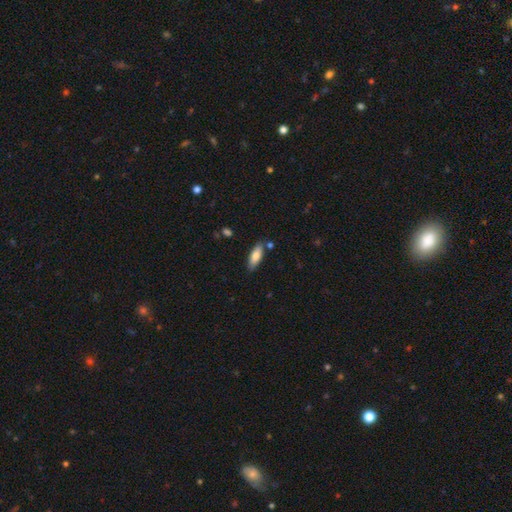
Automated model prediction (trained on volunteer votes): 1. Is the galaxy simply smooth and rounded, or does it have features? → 76% smooth, 18% featured or disk, 6% star or artifact.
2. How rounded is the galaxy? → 64% in between, 34% cigar-shaped, 2% round.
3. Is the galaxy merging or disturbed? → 82% none, 12% minor disturbance, 4% merger, 2% major disturbance.